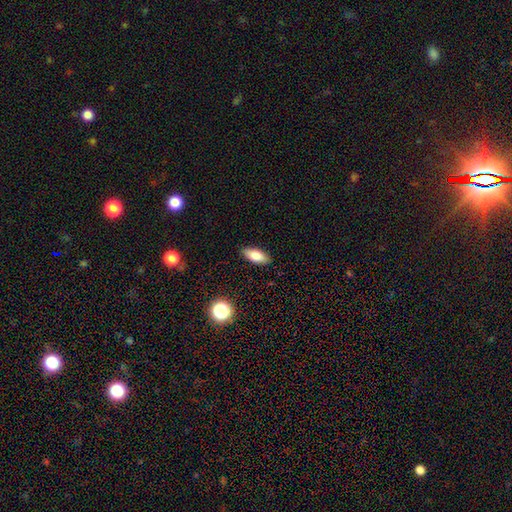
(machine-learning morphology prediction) type=smooth (80%); roundness=in between (82%); merging=none (89%).